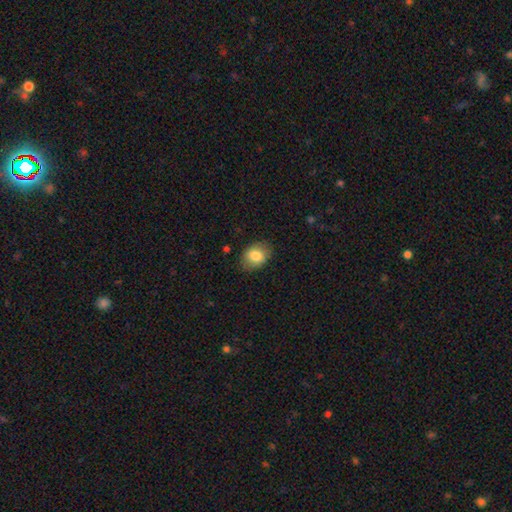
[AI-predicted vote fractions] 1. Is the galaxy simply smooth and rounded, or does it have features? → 80% smooth, 12% featured or disk, 8% star or artifact.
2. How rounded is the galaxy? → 72% in between, 27% round, 1% cigar-shaped.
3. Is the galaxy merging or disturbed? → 82% none, 13% minor disturbance, 3% major disturbance, 1% merger.